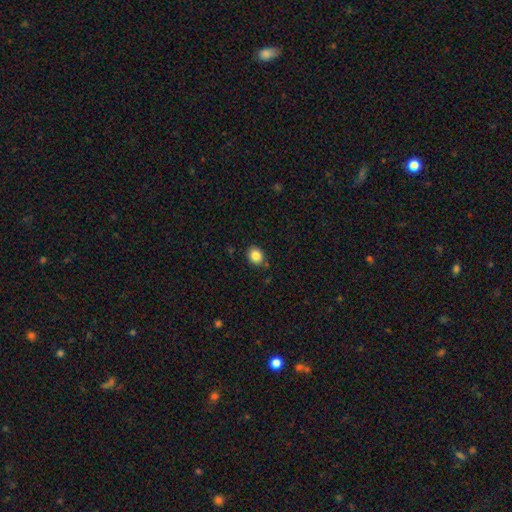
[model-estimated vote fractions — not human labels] A smooth galaxy with no disk features (85%) that is round (63%).

Vote fractions:
- Smooth or featured? smooth: 85% / star or artifact: 10% / featured or disk: 5%
- How rounded? round: 63% / in between: 37% / cigar-shaped: 1%
- Merging? none: 85% / minor disturbance: 10% / merger: 3% / major disturbance: 2%